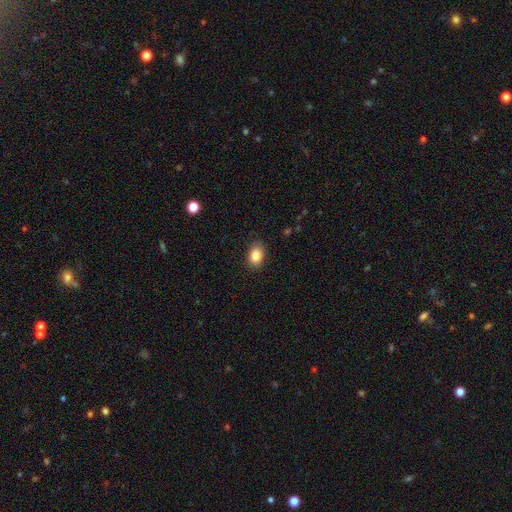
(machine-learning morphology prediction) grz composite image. It shows a smooth galaxy with no disk features (85%) that is in between round and cigar-shaped (74%). Merging: none (86%).